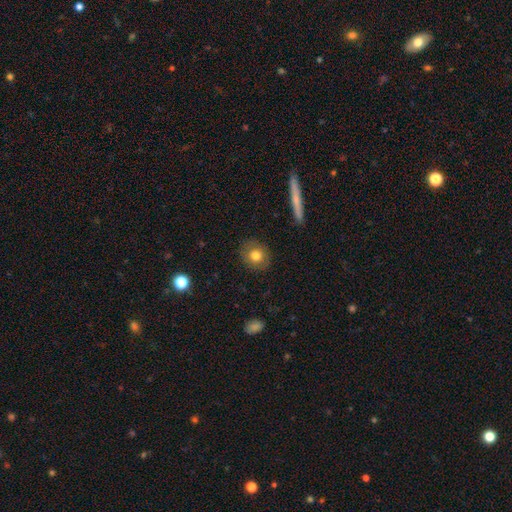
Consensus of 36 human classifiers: This is clearly a smooth galaxy (81%). How rounded: likely round (79%). Merging: clearly none (83%).